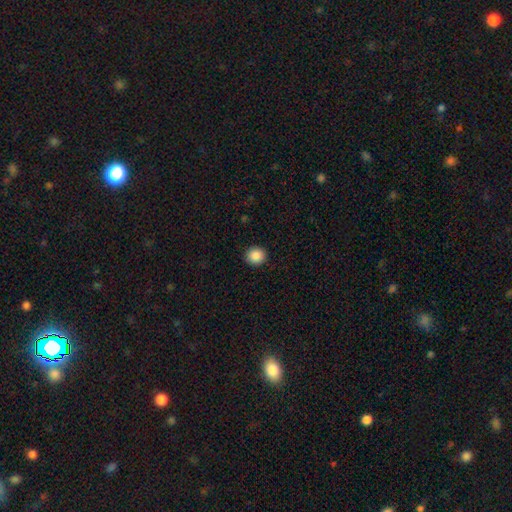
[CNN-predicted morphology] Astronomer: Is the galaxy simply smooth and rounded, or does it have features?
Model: smooth — 87%.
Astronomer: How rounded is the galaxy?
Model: round — 88%.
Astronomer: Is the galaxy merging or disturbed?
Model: none — 91%.